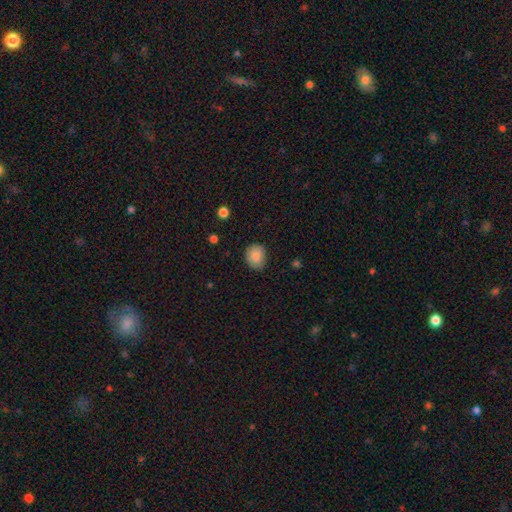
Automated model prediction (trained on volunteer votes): A smooth galaxy with no disk features (86%) that is round (67%). Merging: none (79%).